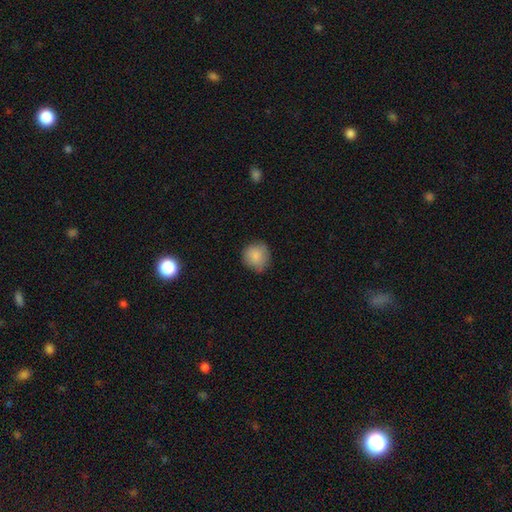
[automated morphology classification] A smooth galaxy with no disk features (86%) that is round (90%).

Vote fractions:
- Smooth or featured? smooth: 86% / star or artifact: 8% / featured or disk: 7%
- How rounded? round: 90% / in between: 9% / cigar-shaped: 1%
- Merging? none: 78% / minor disturbance: 18% / major disturbance: 3% / merger: 1%